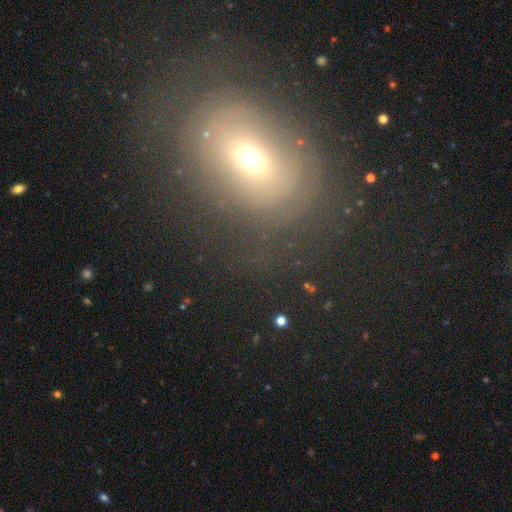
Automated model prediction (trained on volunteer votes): A smooth galaxy with no disk features (41%). Merging: none (71%).